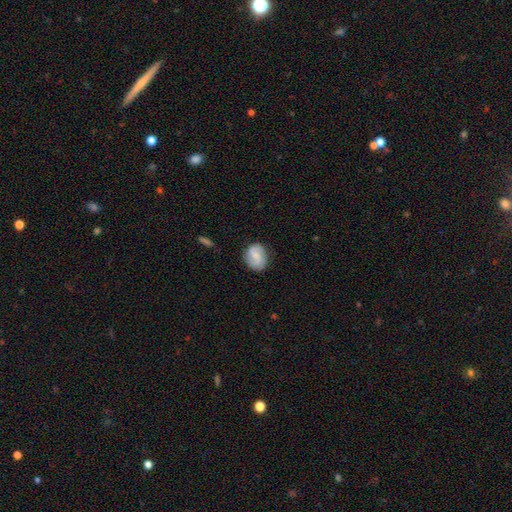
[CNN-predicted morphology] type=smooth (56%); roundness=round (52%); merging=none (79%).